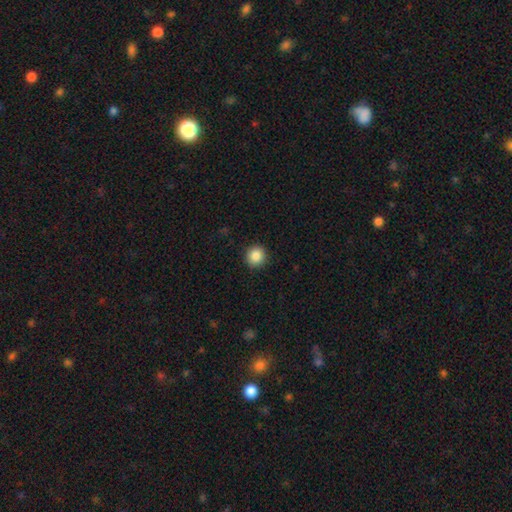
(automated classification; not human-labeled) Smooth or featured? Predicted: smooth (p=0.88). How rounded? Predicted: round (p=0.93). Merging? Predicted: none (p=0.92).